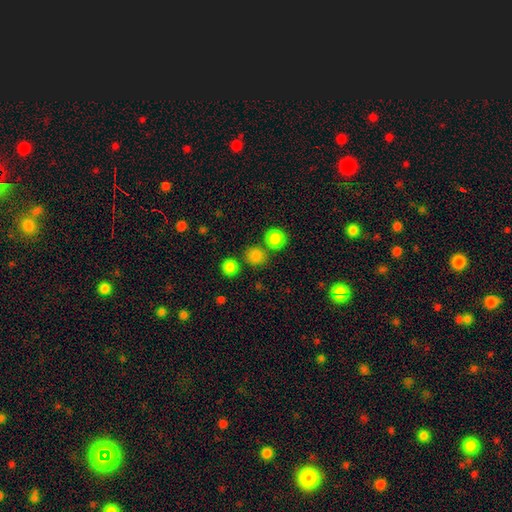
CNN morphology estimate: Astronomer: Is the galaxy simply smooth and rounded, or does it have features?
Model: smooth — 82%.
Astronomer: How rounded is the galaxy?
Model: round — 87%.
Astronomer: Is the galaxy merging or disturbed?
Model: none — 77%.